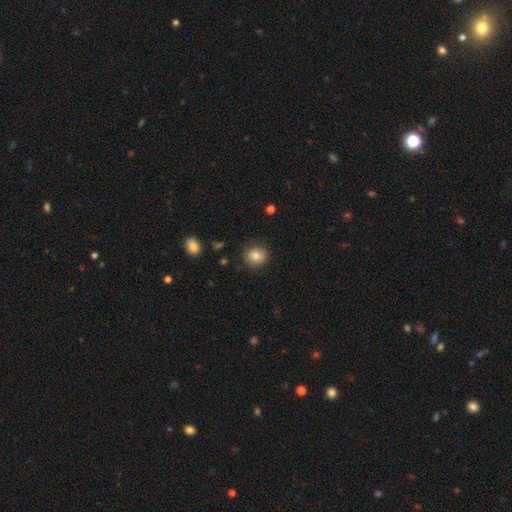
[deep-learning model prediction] A smooth galaxy with no disk features (84%) that is round (75%).

Vote fractions:
- Smooth or featured? smooth: 84% / star or artifact: 9% / featured or disk: 7%
- How rounded? round: 75% / in between: 24% / cigar-shaped: 1%
- Merging? none: 85% / minor disturbance: 11% / major disturbance: 3% / merger: 1%